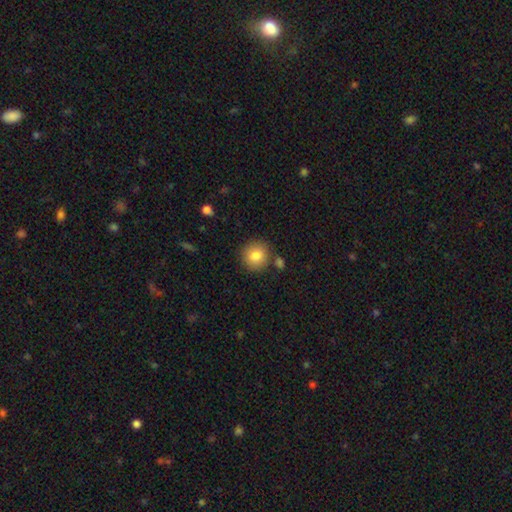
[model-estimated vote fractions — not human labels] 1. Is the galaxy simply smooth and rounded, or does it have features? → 83% smooth, 9% featured or disk, 9% star or artifact.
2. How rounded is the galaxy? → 88% round, 11% in between, 1% cigar-shaped.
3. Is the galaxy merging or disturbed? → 82% none, 9% minor disturbance, 6% merger, 3% major disturbance.